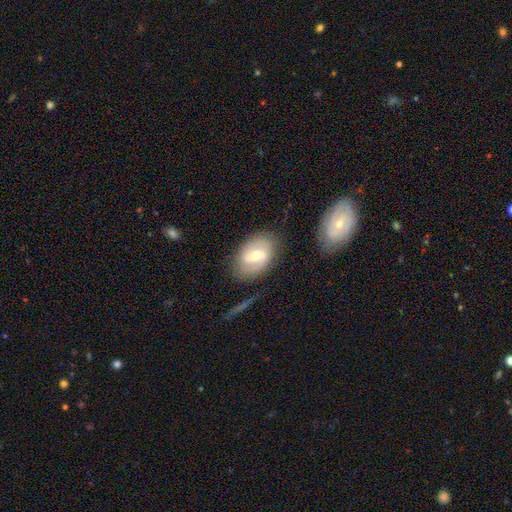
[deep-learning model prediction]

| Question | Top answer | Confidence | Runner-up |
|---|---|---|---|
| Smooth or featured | featured or disk | 56% | smooth (37%) |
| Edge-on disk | no | 94% | yes (6%) |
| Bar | weak | 46% | no (33%) |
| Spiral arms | yes | 70% | no (30%) |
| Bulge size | moderate | 52% | small (44%) |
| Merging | none | 77% | minor disturbance (15%) |